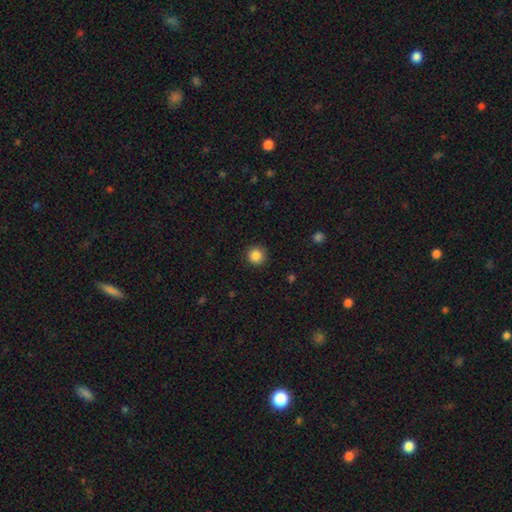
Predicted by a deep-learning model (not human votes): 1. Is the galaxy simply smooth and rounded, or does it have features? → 86% smooth, 10% star or artifact, 3% featured or disk.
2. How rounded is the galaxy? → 95% round, 4% in between, 1% cigar-shaped.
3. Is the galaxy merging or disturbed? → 90% none, 6% minor disturbance, 2% major disturbance, 1% merger.